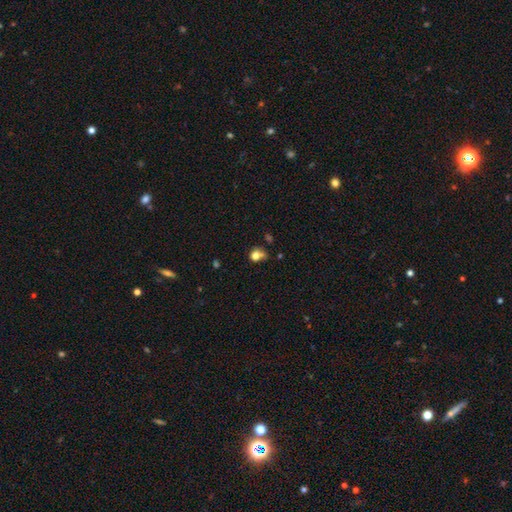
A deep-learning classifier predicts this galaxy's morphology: smooth-or-featured: smooth: 74% | star or artifact: 14% | featured or disk: 12%
  how-rounded: round: 68% | in between: 30% | cigar-shaped: 1%
  merging: none: 40% | merger: 25% | minor disturbance: 20% | major disturbance: 15%